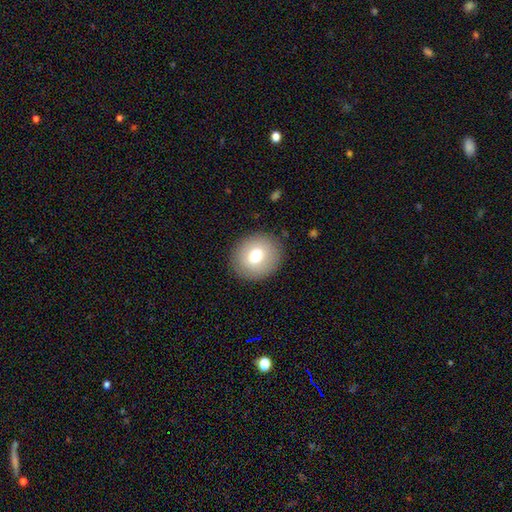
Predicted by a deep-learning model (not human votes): smooth 73%, featured or disk 17%, star or artifact 10%. Down the decision tree: how rounded — round (83%); merging — none (88%).